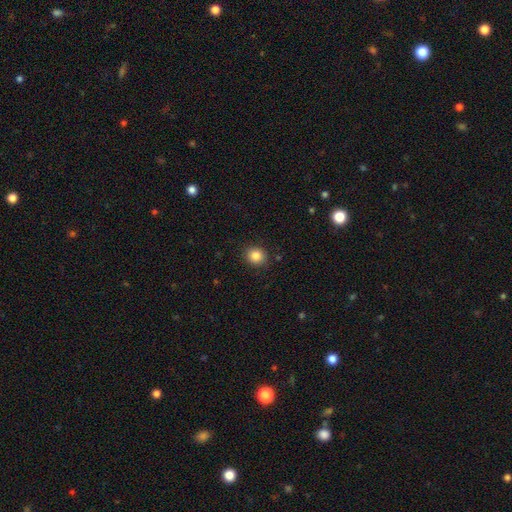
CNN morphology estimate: smooth_or_featured: smooth (p=0.84) [alt: star or artifact p=0.11]
how_rounded: round (p=0.78) [alt: in between p=0.21]
merging: none (p=0.89) [alt: minor disturbance p=0.08]